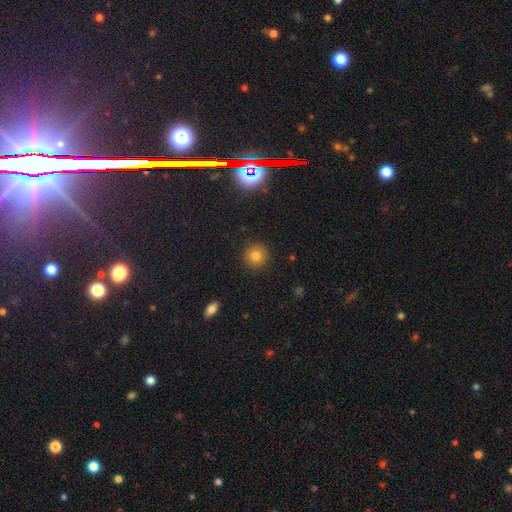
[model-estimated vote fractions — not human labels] Smooth or featured?
  - smooth: 79% *
  - star or artifact: 13%
  - featured or disk: 8%
How rounded?
  - round: 94% *
  - in between: 5%
  - cigar-shaped: 1%
Merging?
  - none: 91% *
  - minor disturbance: 6%
  - major disturbance: 2%
  - merger: 1%